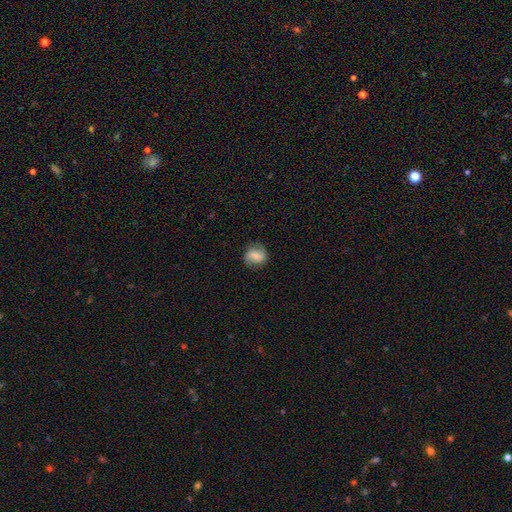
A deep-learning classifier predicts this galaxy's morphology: Q: Smooth or featured?
A: smooth (52%); runner-up: featured or disk (40%)
Q: How rounded?
A: round (75%); runner-up: in between (23%)
Q: Merging?
A: none (81%); runner-up: minor disturbance (14%)